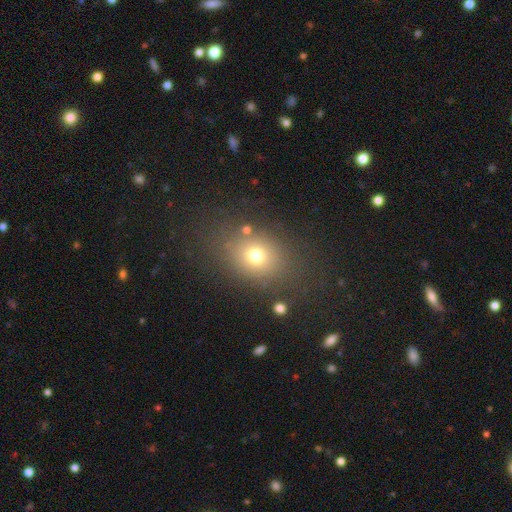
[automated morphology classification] A smooth galaxy with no disk features (72%) that is round (56%). Merging: none (77%).